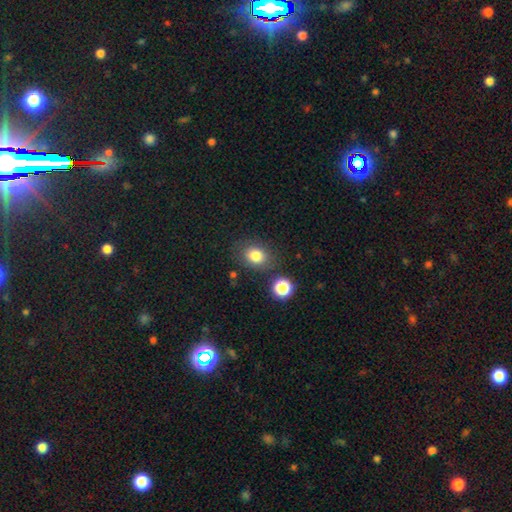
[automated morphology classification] Smooth or featured? smooth (81%)
How rounded? round (51%)
Merging? none (77%)